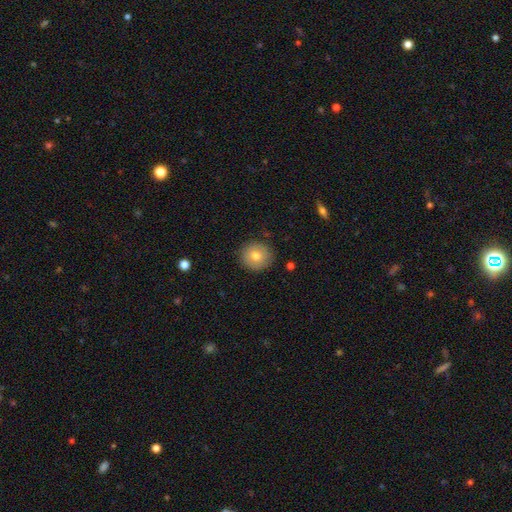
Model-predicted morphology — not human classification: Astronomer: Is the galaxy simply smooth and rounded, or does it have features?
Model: smooth — 76%.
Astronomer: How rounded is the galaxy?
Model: round — 92%.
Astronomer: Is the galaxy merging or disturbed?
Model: none — 89%.